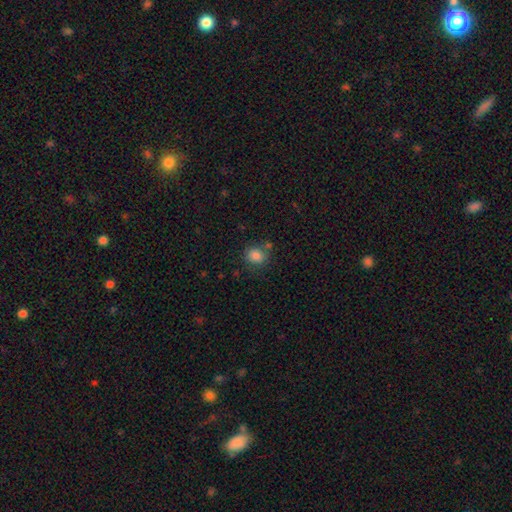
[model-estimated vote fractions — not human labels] The model was most divided on "how rounded": round: 70%, in between: 29%, cigar-shaped: 1%. More confident: smooth or featured — smooth (84%); merging — none (71%).